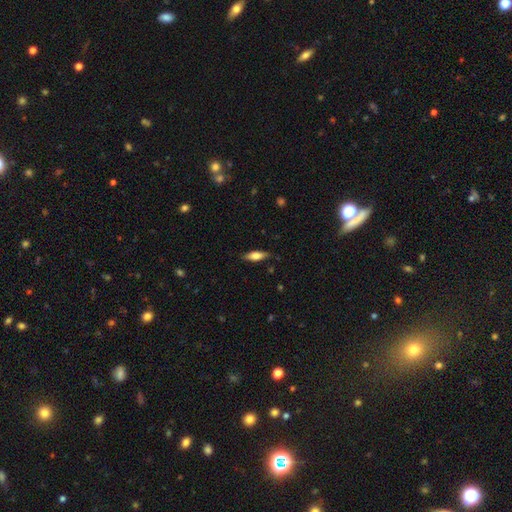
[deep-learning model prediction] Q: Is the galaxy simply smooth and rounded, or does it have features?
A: smooth — 64%.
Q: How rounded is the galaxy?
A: in between — 58%.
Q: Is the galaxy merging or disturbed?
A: none — 84%.